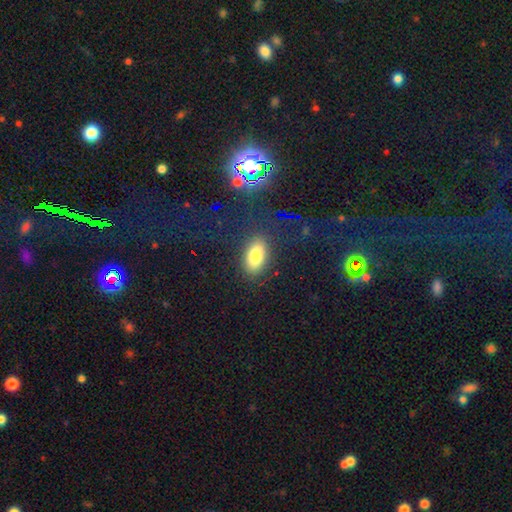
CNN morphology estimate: This is likely a smooth galaxy (78%). How rounded: clearly in between (89%). Merging: clearly none (84%).